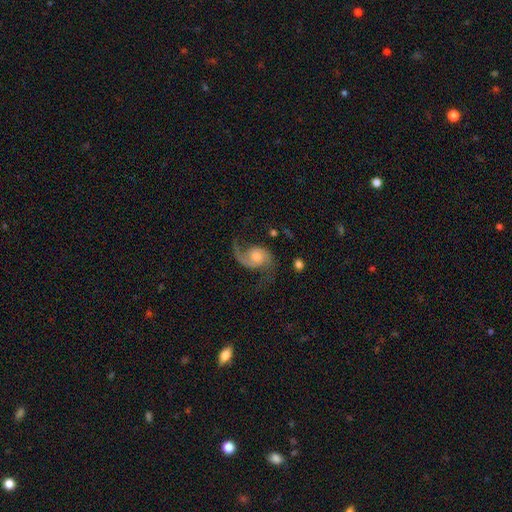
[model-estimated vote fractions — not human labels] featured or disk 88%, smooth 6%, star or artifact 6%. Down the decision tree: edge-on disk — no (98%); bar — no (69%); spiral arms — yes (97%); spiral arm count — 2 (85%); spiral winding — loose (47%); bulge size — moderate (51%); merging — none (68%).